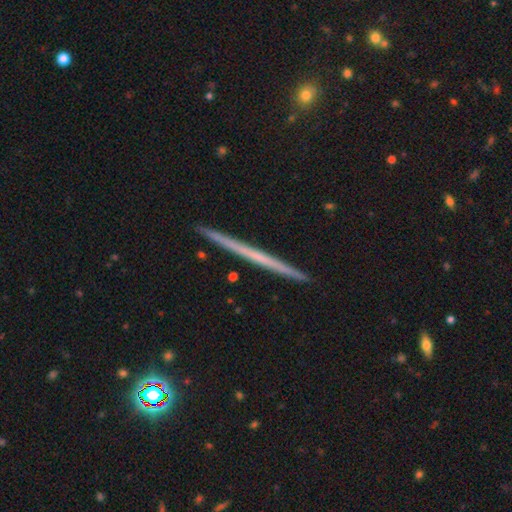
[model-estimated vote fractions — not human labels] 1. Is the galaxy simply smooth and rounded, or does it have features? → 62% featured or disk, 31% smooth, 7% star or artifact.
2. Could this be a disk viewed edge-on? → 98% yes, 2% no.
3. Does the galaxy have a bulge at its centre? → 89% none, 8% rounded, 3% boxy.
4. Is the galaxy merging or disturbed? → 92% none, 5% minor disturbance, 1% merger, 1% major disturbance.